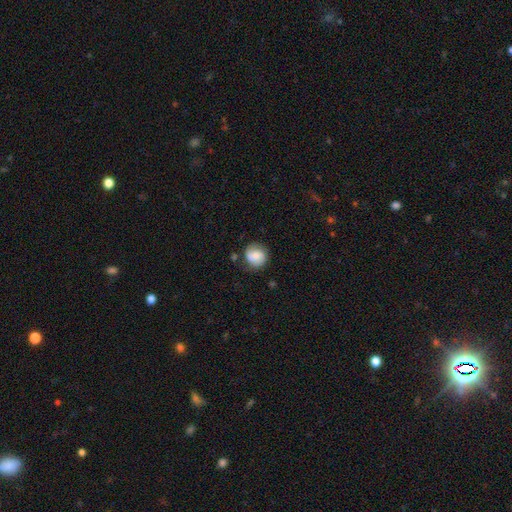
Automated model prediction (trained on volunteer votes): smooth-or-featured: smooth: 61% | featured or disk: 31% | star or artifact: 8%
  how-rounded: round: 87% | in between: 12% | cigar-shaped: 1%
  merging: none: 72% | minor disturbance: 19% | major disturbance: 6% | merger: 3%